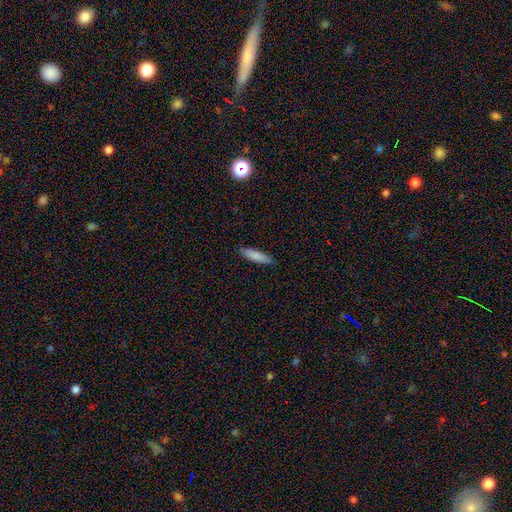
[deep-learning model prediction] Q: Smooth or featured?
A: smooth (85%); runner-up: featured or disk (9%)
Q: How rounded?
A: cigar-shaped (72%); runner-up: in between (27%)
Q: Merging?
A: none (88%); runner-up: minor disturbance (9%)